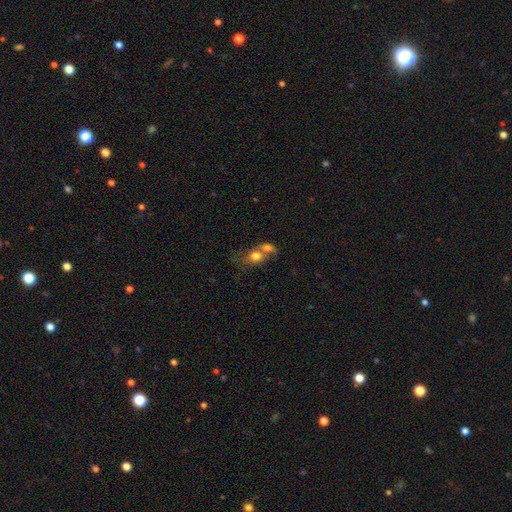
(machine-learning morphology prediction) type=smooth (73%); roundness=round (50%); merging=merger (69%).